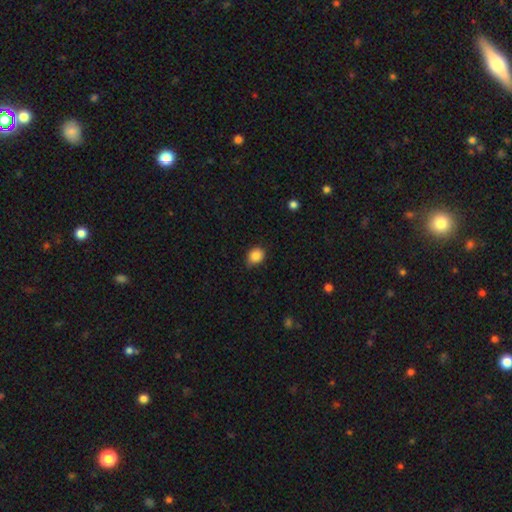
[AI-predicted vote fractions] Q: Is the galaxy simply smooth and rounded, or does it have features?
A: smooth — 86%.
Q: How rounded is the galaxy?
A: round — 65%.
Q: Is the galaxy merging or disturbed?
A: none — 75%.